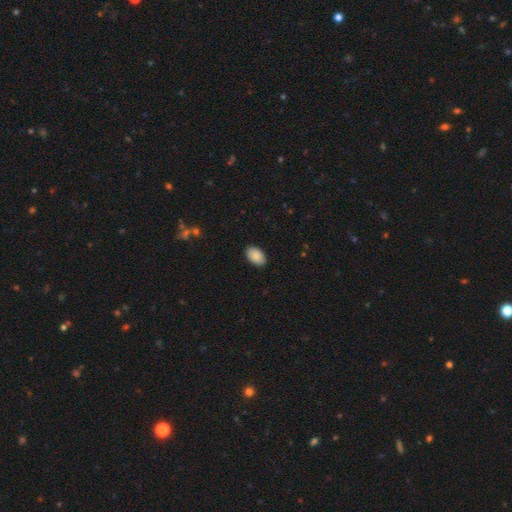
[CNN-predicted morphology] Overall: smooth (90%). How rounded: in between (92%). Merging: none (89%).